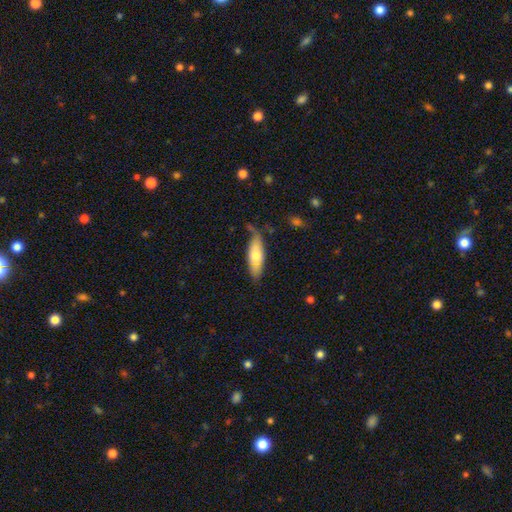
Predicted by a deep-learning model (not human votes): smooth-or-featured: smooth: 66% | featured or disk: 29% | star or artifact: 6%
  how-rounded: in between: 62% | cigar-shaped: 36% | round: 2%
  merging: none: 56% | minor disturbance: 30% | major disturbance: 9% | merger: 5%